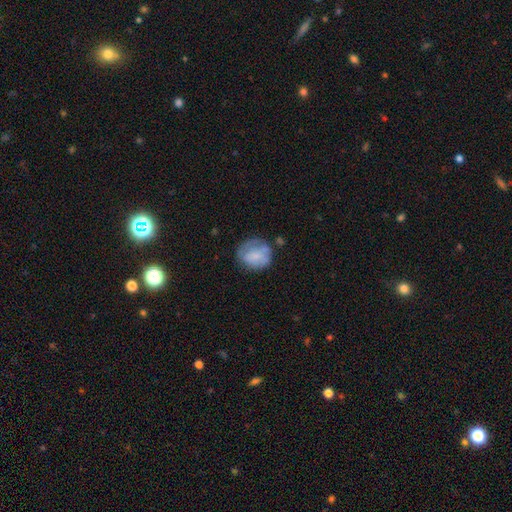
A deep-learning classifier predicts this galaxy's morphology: Smooth or featured?
  - smooth: 63% *
  - featured or disk: 29%
  - star or artifact: 8%
How rounded?
  - round: 75% *
  - in between: 24%
  - cigar-shaped: 1%
Merging?
  - none: 54% *
  - minor disturbance: 27%
  - major disturbance: 14%
  - merger: 5%